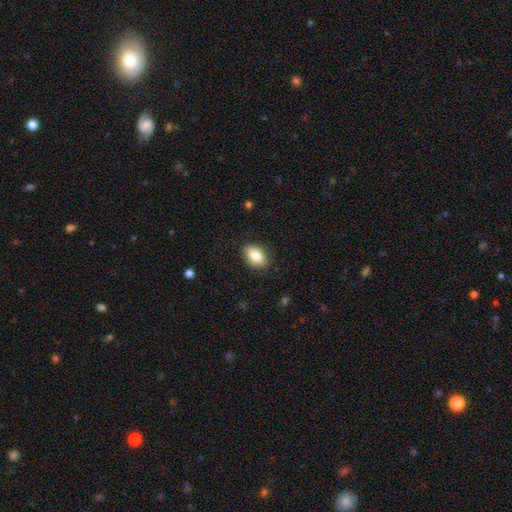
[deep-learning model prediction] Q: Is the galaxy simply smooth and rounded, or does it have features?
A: smooth — 82%.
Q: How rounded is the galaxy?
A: in between — 86%.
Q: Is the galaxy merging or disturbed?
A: none — 86%.